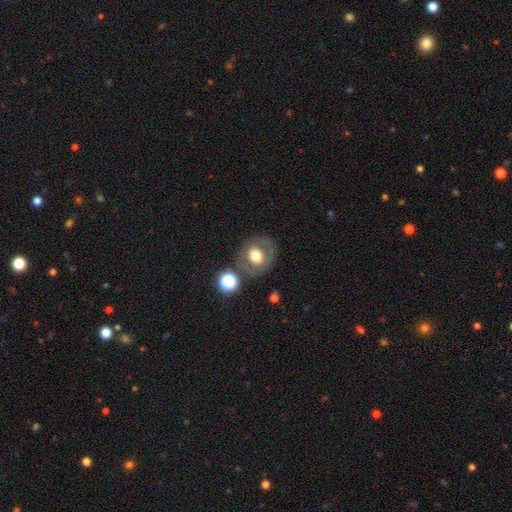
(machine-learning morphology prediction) smooth-or-featured: smooth: 52% | featured or disk: 39% | star or artifact: 9%
  how-rounded: round: 74% | in between: 25% | cigar-shaped: 1%
  merging: none: 75% | minor disturbance: 13% | major disturbance: 7% | merger: 5%